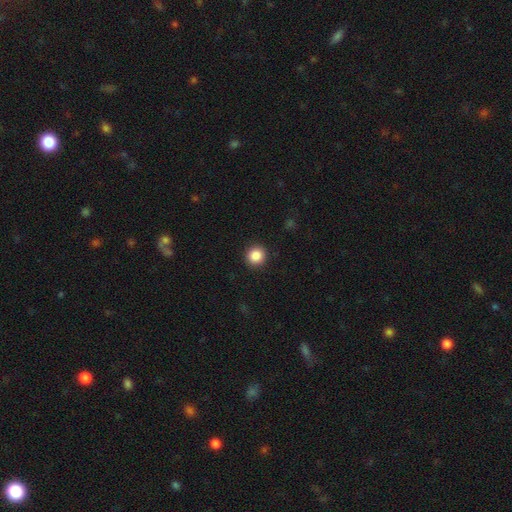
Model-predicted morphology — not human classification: smooth-or-featured: smooth: 87% | star or artifact: 9% | featured or disk: 3%
  how-rounded: round: 94% | in between: 5% | cigar-shaped: 1%
  merging: none: 92% | minor disturbance: 5% | major disturbance: 2% | merger: 1%